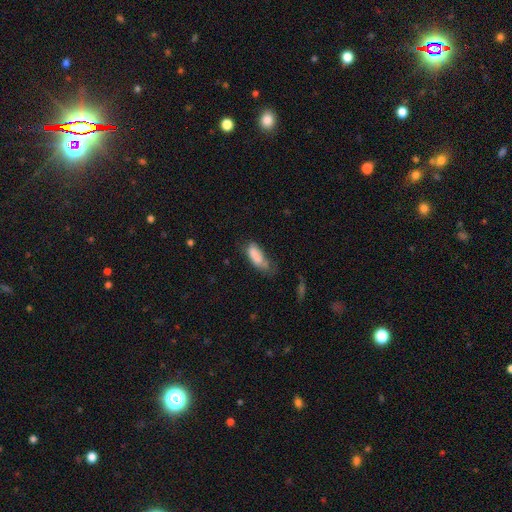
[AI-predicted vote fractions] Smooth or featured: smooth — 80% (featured or disk — 11%)
How rounded: in between — 73% (cigar-shaped — 24%)
Merging: minor disturbance — 35% (none — 32%)